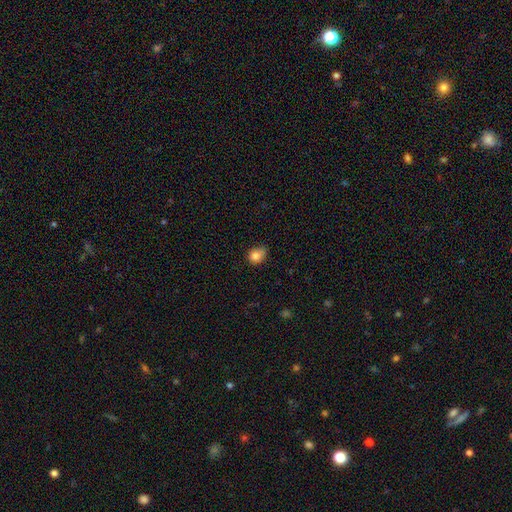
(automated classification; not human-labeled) Morphology: type=smooth (83%); roundness=round (57%); merging=none (54%).